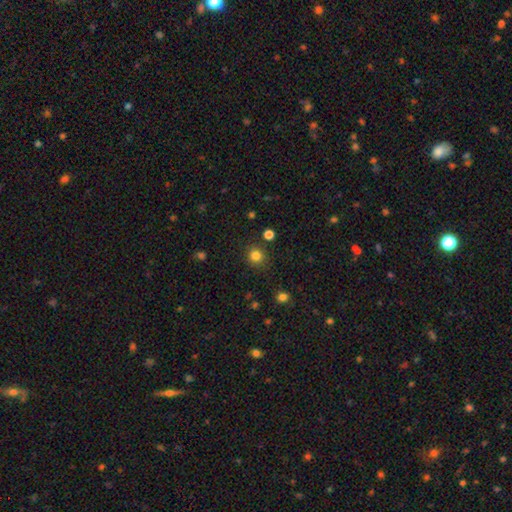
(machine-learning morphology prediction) A smooth galaxy with no disk features (82%) that is round (91%). Merging: none (87%).